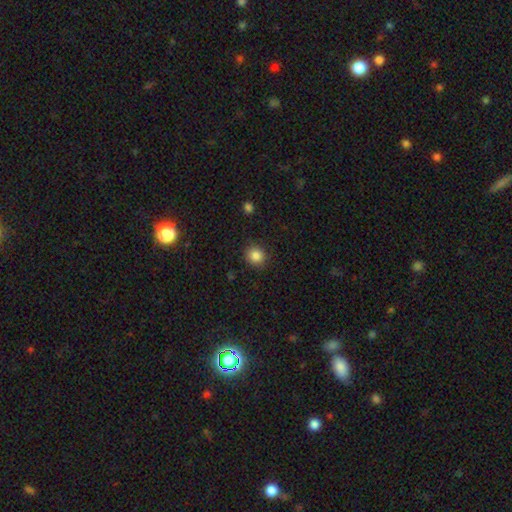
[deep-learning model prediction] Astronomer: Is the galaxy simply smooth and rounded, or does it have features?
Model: smooth — 85%.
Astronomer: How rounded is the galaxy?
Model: round — 88%.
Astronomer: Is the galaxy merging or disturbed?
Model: none — 88%.